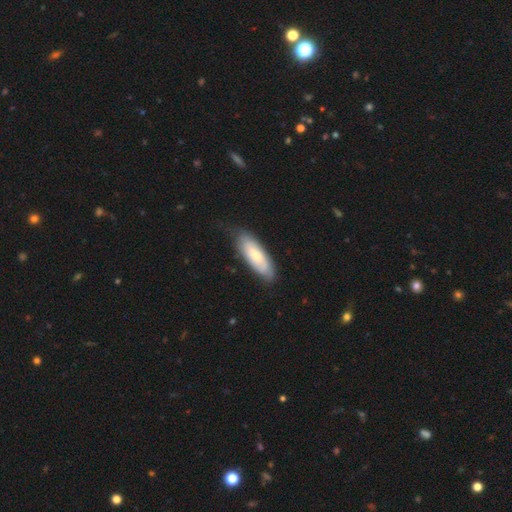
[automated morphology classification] Smooth or featured? Predicted: smooth (p=0.59). How rounded? Predicted: in between (p=0.67). Merging? Predicted: none (p=0.70).